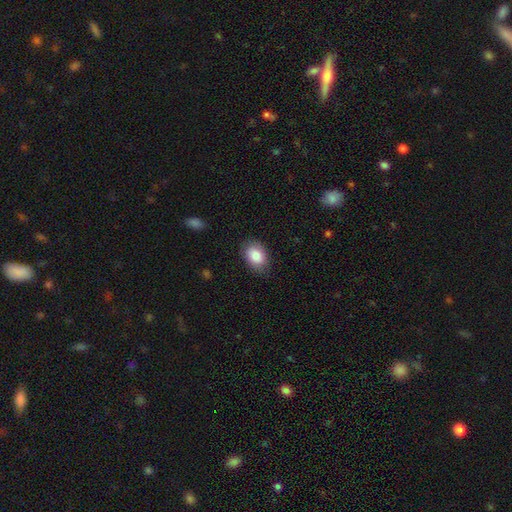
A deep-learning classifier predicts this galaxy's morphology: Smooth or featured: smooth — 85% (featured or disk — 8%)
How rounded: in between — 81% (round — 18%)
Merging: none — 82% (minor disturbance — 14%)